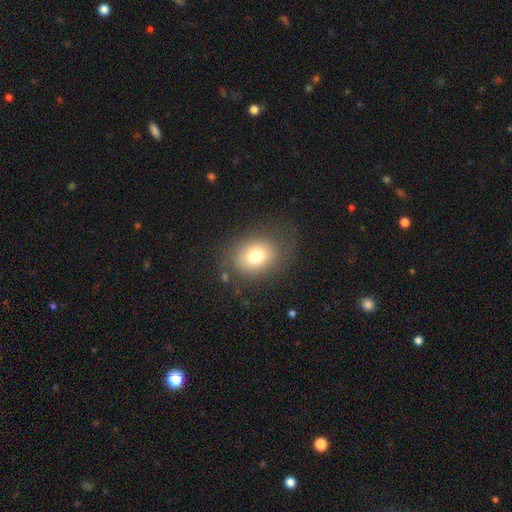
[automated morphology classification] Smooth or featured? Predicted: smooth (p=0.75). How rounded? Predicted: in between (p=0.53). Merging? Predicted: none (p=0.72).